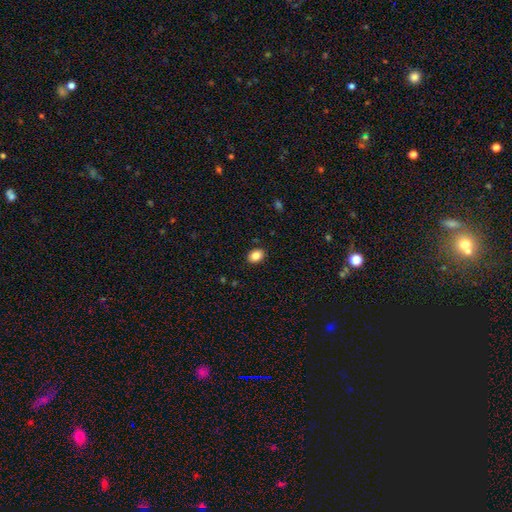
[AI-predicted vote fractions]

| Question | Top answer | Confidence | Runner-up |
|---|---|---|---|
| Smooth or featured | smooth | 86% | star or artifact (9%) |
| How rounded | in between | 65% | round (34%) |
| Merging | none | 89% | minor disturbance (8%) |